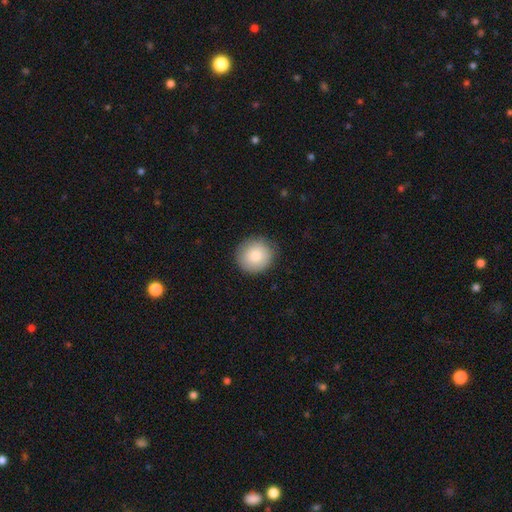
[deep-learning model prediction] Overall: smooth (82%). How rounded: round (90%). Merging: none (88%).